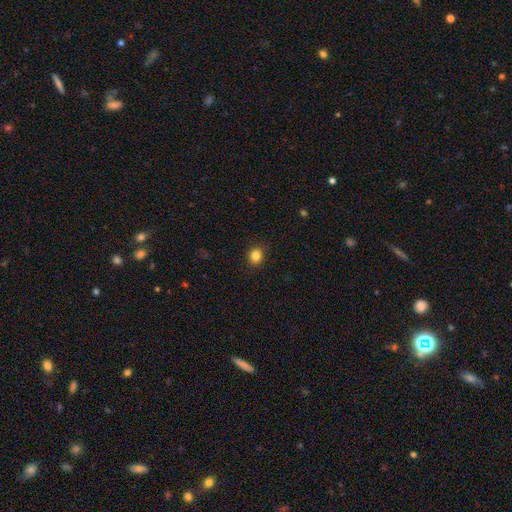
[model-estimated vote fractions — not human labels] Overall: smooth (84%). How rounded: round (79%). Merging: none (90%).